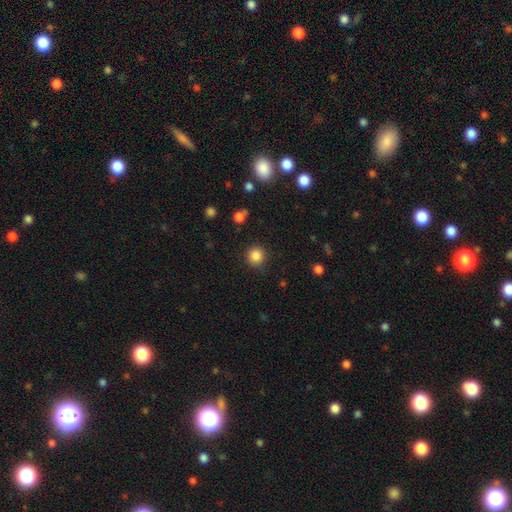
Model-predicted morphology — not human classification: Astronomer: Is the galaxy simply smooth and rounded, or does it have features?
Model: smooth — 85%.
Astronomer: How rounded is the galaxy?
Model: round — 93%.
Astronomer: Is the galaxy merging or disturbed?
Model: none — 89%.